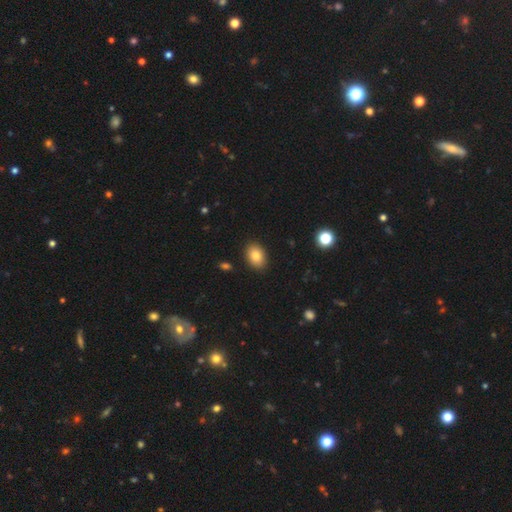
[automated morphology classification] A smooth galaxy with no disk features (84%) that is in between round and cigar-shaped (79%). Merging: none (89%).